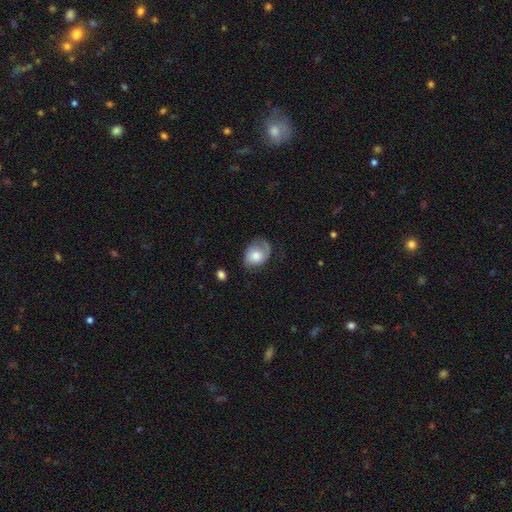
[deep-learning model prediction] This appears to be a smooth galaxy with no disk features (53%) that is in between round and cigar-shaped (62%). Merging: none (51%).